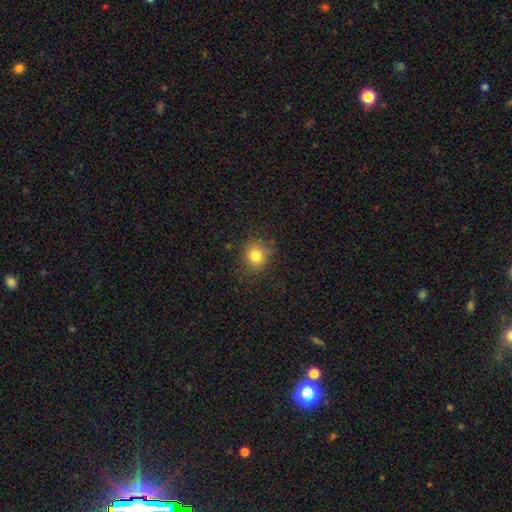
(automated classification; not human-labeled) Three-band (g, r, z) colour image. It shows a smooth galaxy with no disk features (80%) that is round (87%). Merging: none (82%).